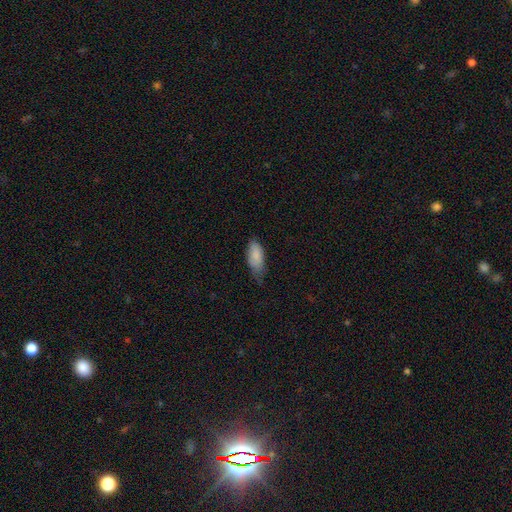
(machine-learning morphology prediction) smooth-or-featured: smooth: 86% | featured or disk: 8% | star or artifact: 6%
  how-rounded: in between: 87% | cigar-shaped: 11% | round: 2%
  merging: none: 49% | minor disturbance: 41% | major disturbance: 9% | merger: 2%